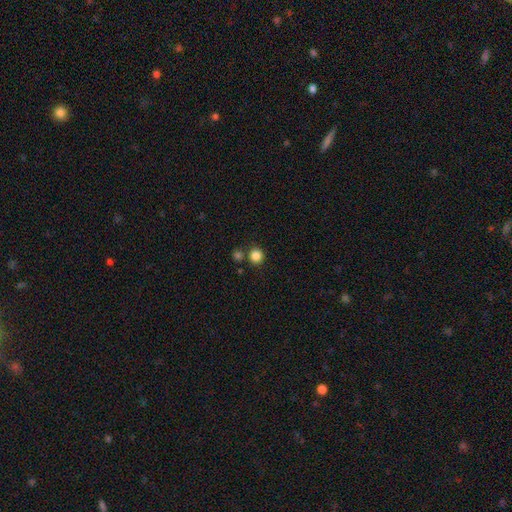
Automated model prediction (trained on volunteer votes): Smooth or featured? Predicted: smooth (p=0.84). How rounded? Predicted: round (p=0.93). Merging? Predicted: none (p=0.78).